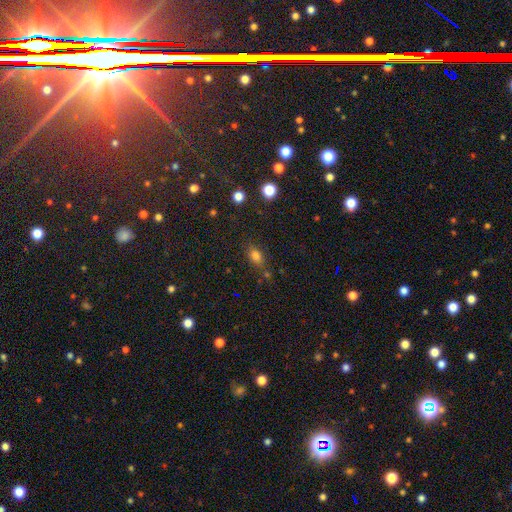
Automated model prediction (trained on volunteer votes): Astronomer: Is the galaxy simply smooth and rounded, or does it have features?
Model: smooth — 79%.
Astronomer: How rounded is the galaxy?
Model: in between — 77%.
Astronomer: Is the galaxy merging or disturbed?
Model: none — 72%.